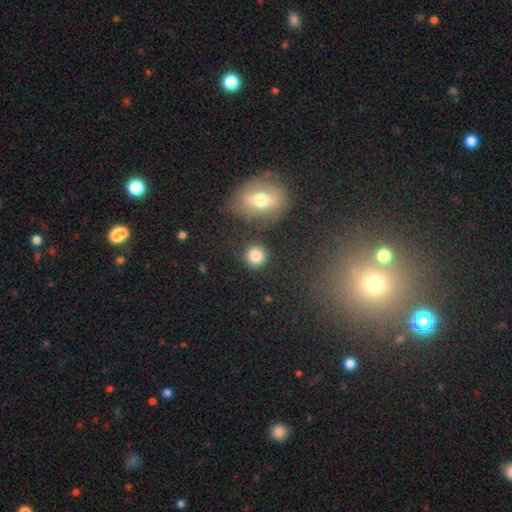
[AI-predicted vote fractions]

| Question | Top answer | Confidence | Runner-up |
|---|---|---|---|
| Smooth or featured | smooth | 84% | star or artifact (10%) |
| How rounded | round | 91% | in between (8%) |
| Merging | none | 84% | minor disturbance (8%) |